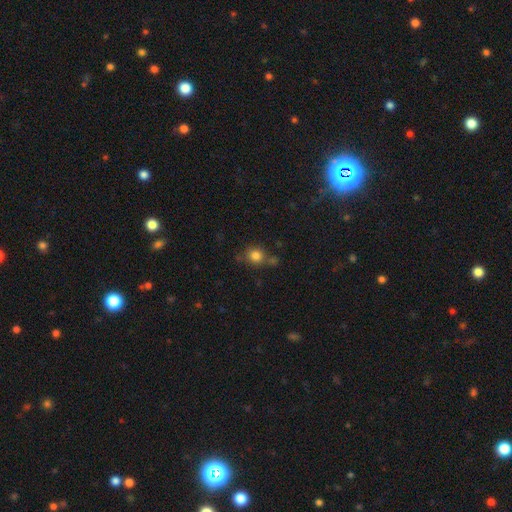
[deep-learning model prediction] smooth-or-featured: smooth: 80% | star or artifact: 12% | featured or disk: 7%
  how-rounded: round: 85% | in between: 14% | cigar-shaped: 1%
  merging: none: 65% | minor disturbance: 16% | merger: 13% | major disturbance: 5%